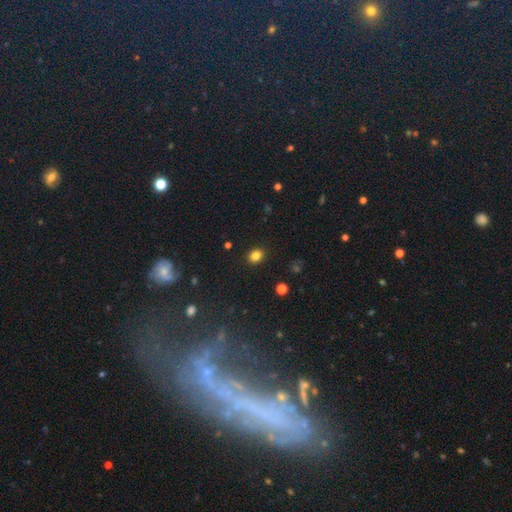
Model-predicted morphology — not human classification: Smooth or featured: smooth — 83% (star or artifact — 12%)
How rounded: round — 54% (in between — 45%)
Merging: none — 90% (minor disturbance — 7%)